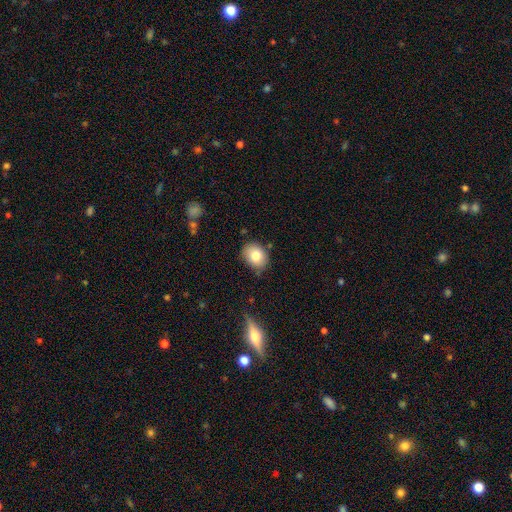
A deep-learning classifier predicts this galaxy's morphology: Overall: smooth (81%). How rounded: in between (56%; round 43%). Merging: none (77%).